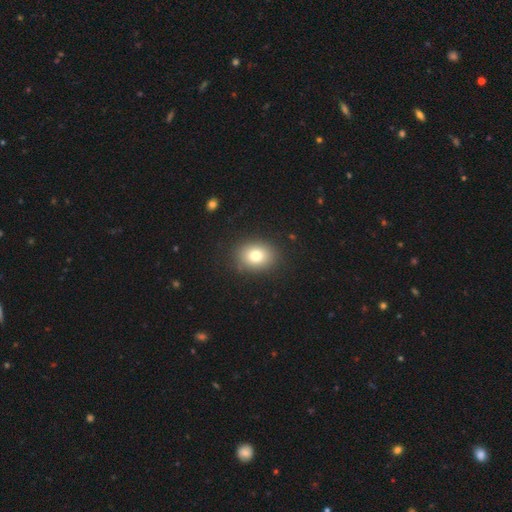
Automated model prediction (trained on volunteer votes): This appears to be a smooth galaxy with no disk features (79%) that is in between round and cigar-shaped (53%). Merging: none (87%).